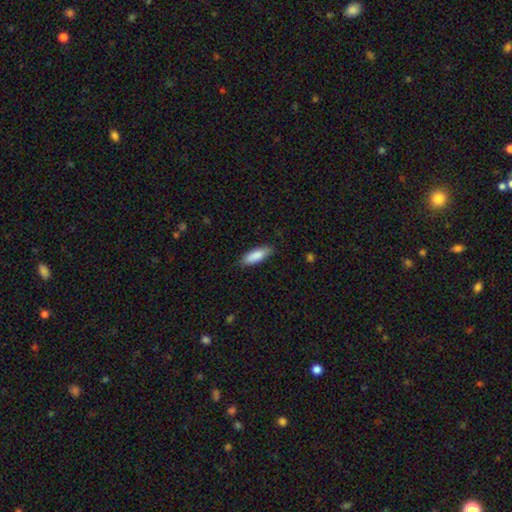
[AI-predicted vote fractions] This is clearly a smooth galaxy (87%). How rounded: likely in between (63%). Merging: clearly none (82%).